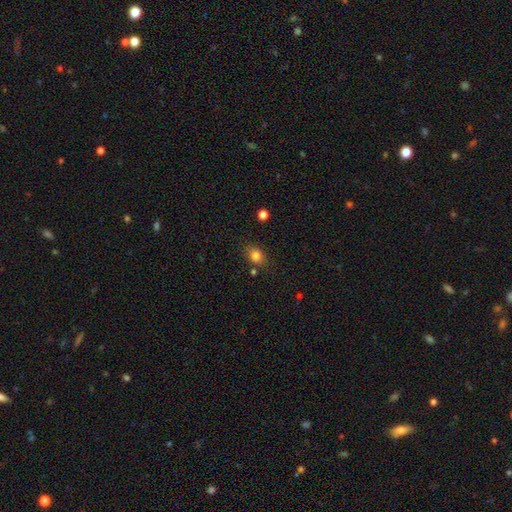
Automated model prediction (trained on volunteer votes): Morphology: type=smooth (81%); roundness=in between (59%); merging=none (77%).